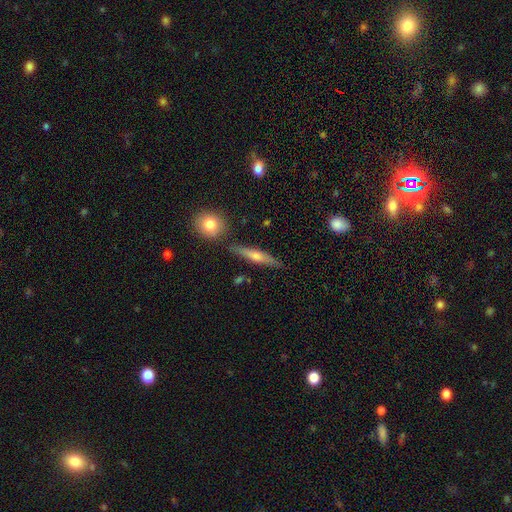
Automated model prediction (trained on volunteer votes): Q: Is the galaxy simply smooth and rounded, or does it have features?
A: featured or disk — 62%.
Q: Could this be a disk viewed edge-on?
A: yes — 94%.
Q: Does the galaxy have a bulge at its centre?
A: rounded — 85%.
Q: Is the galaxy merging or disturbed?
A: none — 84%.